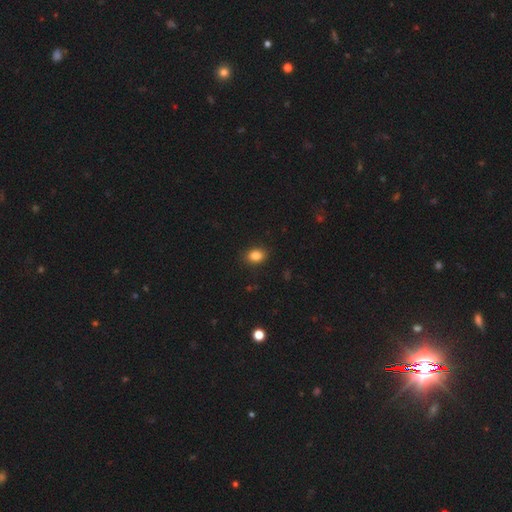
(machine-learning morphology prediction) A smooth galaxy with no disk features (84%) that is in between round and cigar-shaped (66%). Merging: none (89%).